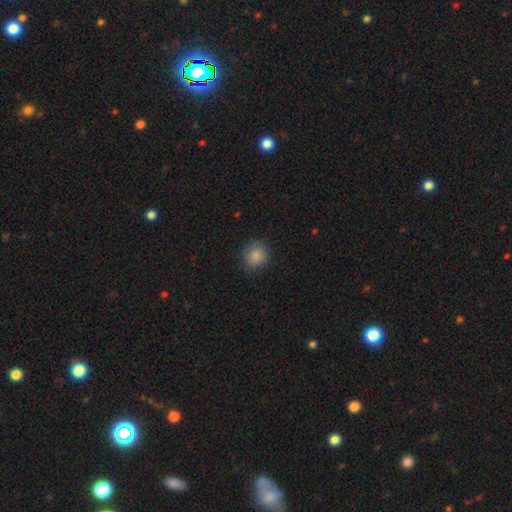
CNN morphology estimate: Smooth or featured: smooth — 86% (star or artifact — 9%)
How rounded: round — 88% (in between — 11%)
Merging: none — 85% (minor disturbance — 11%)